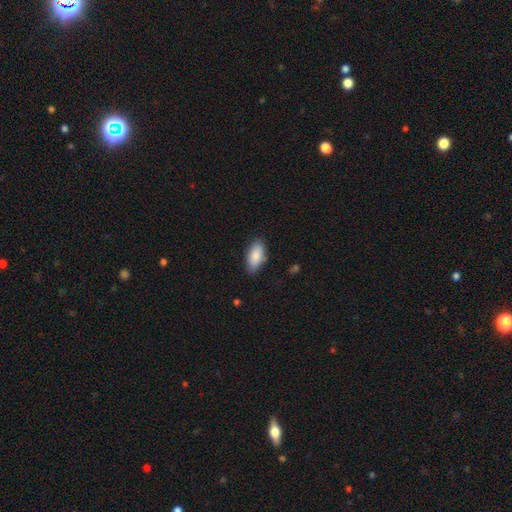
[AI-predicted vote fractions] Smooth or featured? Predicted: smooth (p=0.86). How rounded? Predicted: in between (p=0.90). Merging? Predicted: none (p=0.82).